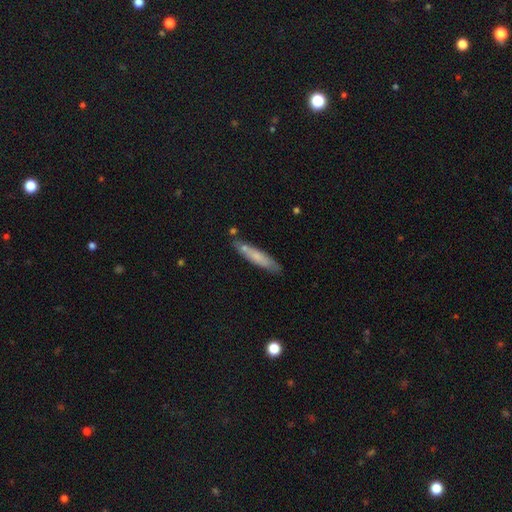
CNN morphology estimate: This appears to be a smooth galaxy with no disk features (64%) that is cigar-shaped (88%). Merging: none (77%).